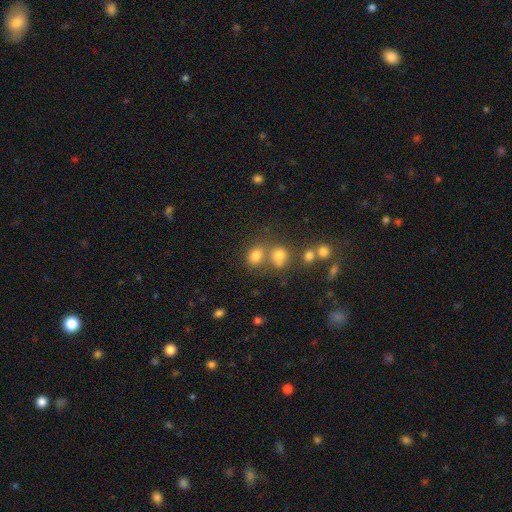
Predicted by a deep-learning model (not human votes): This is likely a smooth galaxy (76%). How rounded: possibly in between (52%). Merging: possibly none (52%).